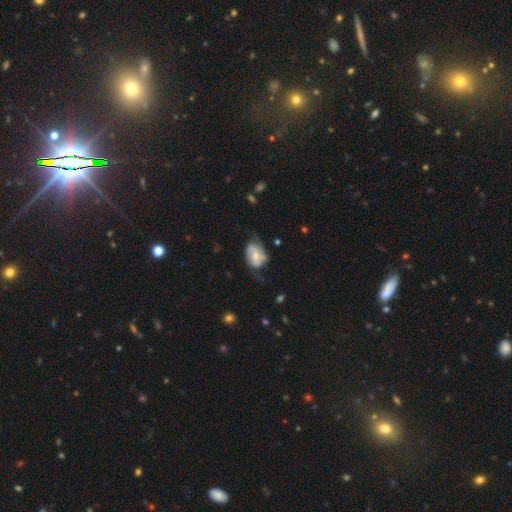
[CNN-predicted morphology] Smooth or featured? Predicted: featured or disk (p=0.59). Edge-on disk? Predicted: no (p=0.96). Bar? Predicted: weak (p=0.44). Spiral arms? Predicted: yes (p=0.78). Bulge size? Predicted: moderate (p=0.51). Merging? Predicted: none (p=0.52).